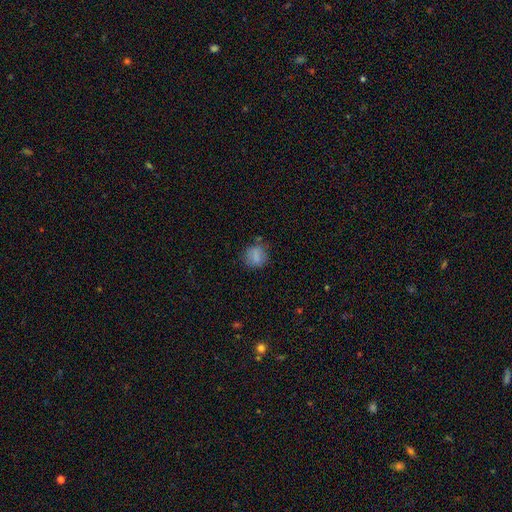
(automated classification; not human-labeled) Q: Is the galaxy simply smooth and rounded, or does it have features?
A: smooth — 78%.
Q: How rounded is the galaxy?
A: round — 72%.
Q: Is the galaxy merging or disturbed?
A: none — 70%.